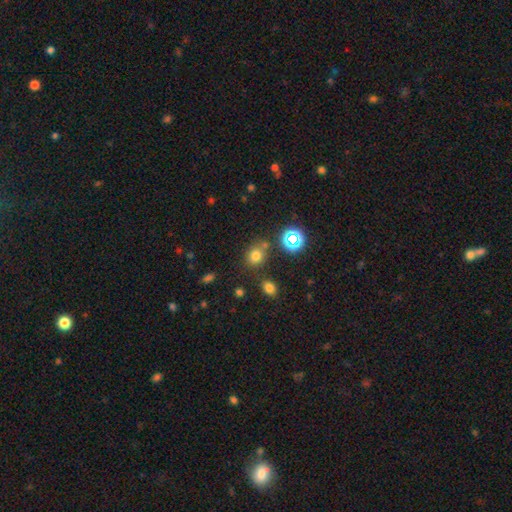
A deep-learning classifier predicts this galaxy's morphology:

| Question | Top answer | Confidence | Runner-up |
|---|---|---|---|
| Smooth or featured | smooth | 70% | star or artifact (22%) |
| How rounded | round | 68% | in between (31%) |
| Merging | none | 71% | minor disturbance (13%) |